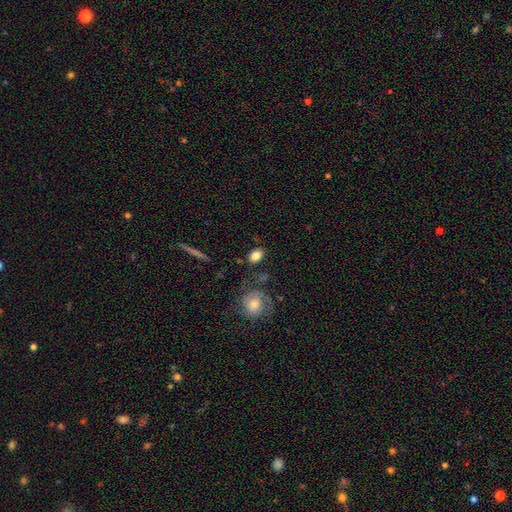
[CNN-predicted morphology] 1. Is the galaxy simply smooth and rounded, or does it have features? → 82% smooth, 11% featured or disk, 8% star or artifact.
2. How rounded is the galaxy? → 78% in between, 20% round, 2% cigar-shaped.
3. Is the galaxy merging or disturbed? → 75% none, 14% minor disturbance, 5% merger, 5% major disturbance.